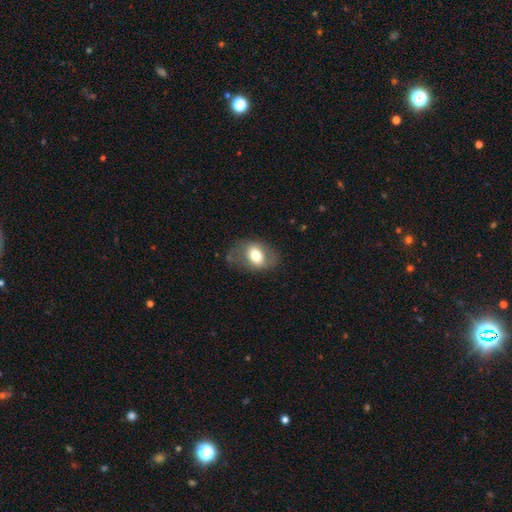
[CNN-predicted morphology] A smooth galaxy with no disk features (64%) that is in between round and cigar-shaped (78%).

Vote fractions:
- Smooth or featured? smooth: 64% / featured or disk: 28% / star or artifact: 8%
- How rounded? in between: 78% / round: 20% / cigar-shaped: 1%
- Merging? none: 68% / minor disturbance: 19% / major disturbance: 11% / merger: 2%